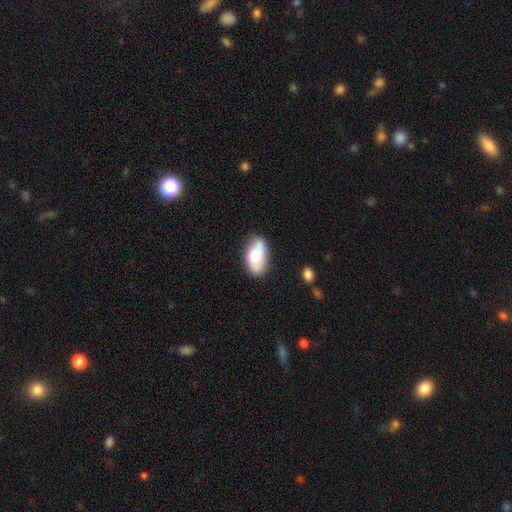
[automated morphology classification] This appears to be a smooth galaxy with no disk features (66%) that is in between round and cigar-shaped (92%). Merging: none (64%).